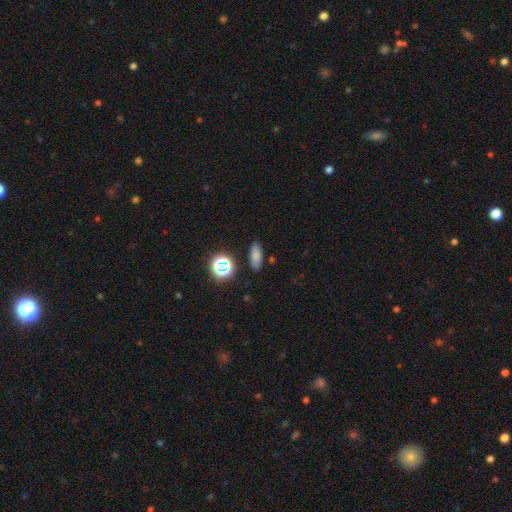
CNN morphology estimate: Q: Smooth or featured?
A: smooth (76%); runner-up: star or artifact (16%)
Q: How rounded?
A: in between (73%); runner-up: cigar-shaped (19%)
Q: Merging?
A: none (84%); runner-up: minor disturbance (10%)